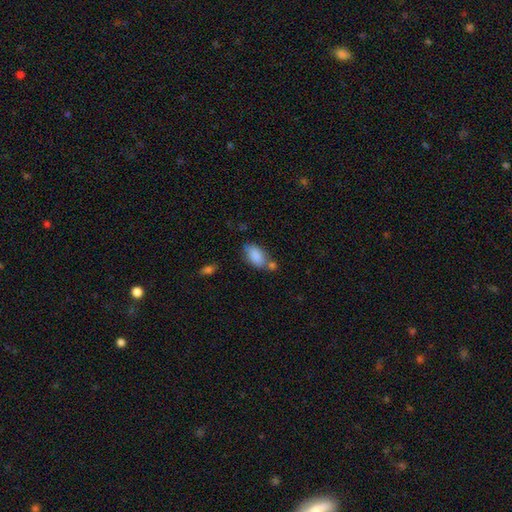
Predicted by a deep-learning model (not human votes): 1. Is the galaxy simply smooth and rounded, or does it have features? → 86% smooth, 7% star or artifact, 7% featured or disk.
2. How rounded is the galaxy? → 92% in between, 5% round, 3% cigar-shaped.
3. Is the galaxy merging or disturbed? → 53% none, 22% merger, 19% minor disturbance, 6% major disturbance.